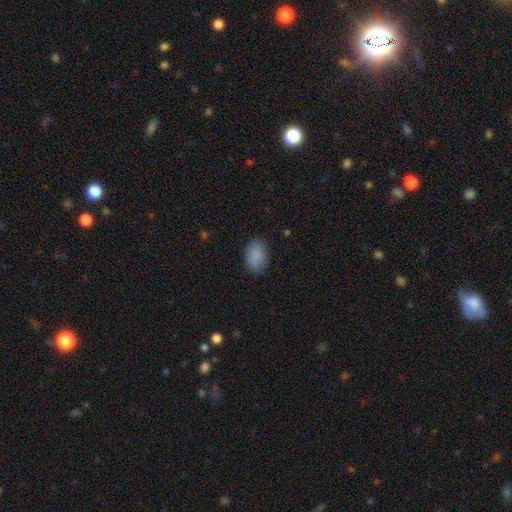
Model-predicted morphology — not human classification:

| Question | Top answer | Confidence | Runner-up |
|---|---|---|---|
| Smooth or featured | smooth | 88% | star or artifact (8%) |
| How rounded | in between | 85% | round (14%) |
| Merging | none | 84% | minor disturbance (12%) |